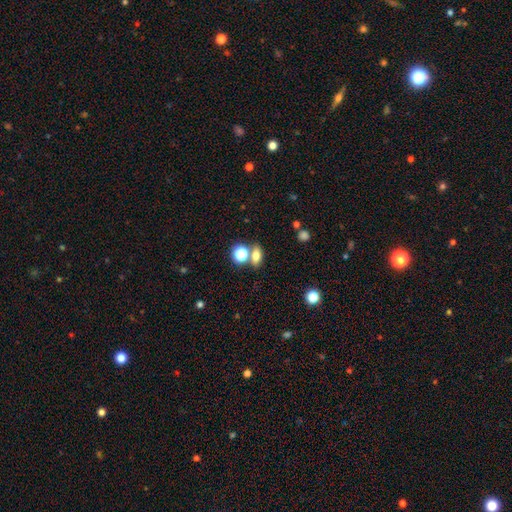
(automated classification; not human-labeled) A smooth galaxy with no disk features (71%) that is in between round and cigar-shaped (68%).

Vote fractions:
- Smooth or featured? smooth: 71% / star or artifact: 15% / featured or disk: 14%
- How rounded? in between: 68% / round: 25% / cigar-shaped: 8%
- Merging? none: 60% / merger: 27% / minor disturbance: 10% / major disturbance: 4%